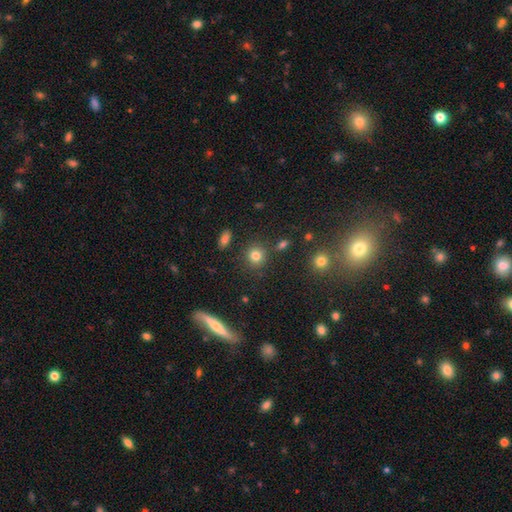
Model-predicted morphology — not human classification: Smooth or featured? Predicted: smooth (p=0.80). How rounded? Predicted: round (p=0.85). Merging? Predicted: none (p=0.84).